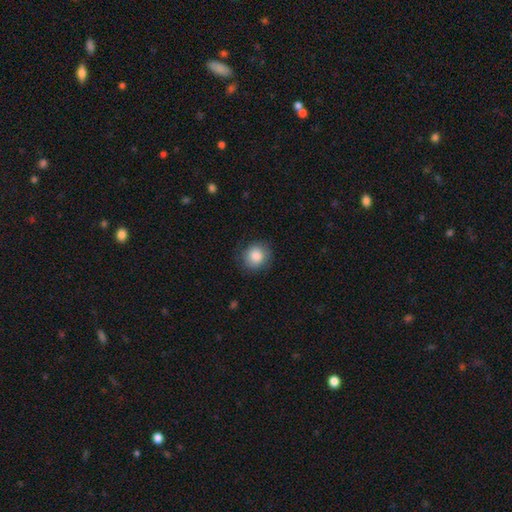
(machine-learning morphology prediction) Overall: smooth (85%). How rounded: round (85%). Merging: none (82%).